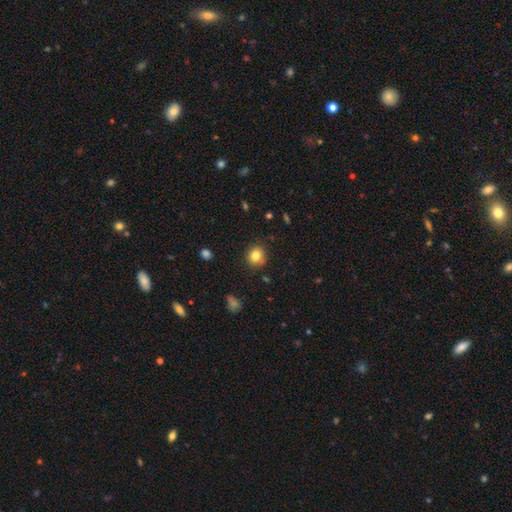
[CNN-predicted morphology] Q: Smooth or featured?
A: smooth (82%); runner-up: star or artifact (11%)
Q: How rounded?
A: round (85%); runner-up: in between (14%)
Q: Merging?
A: none (87%); runner-up: minor disturbance (9%)